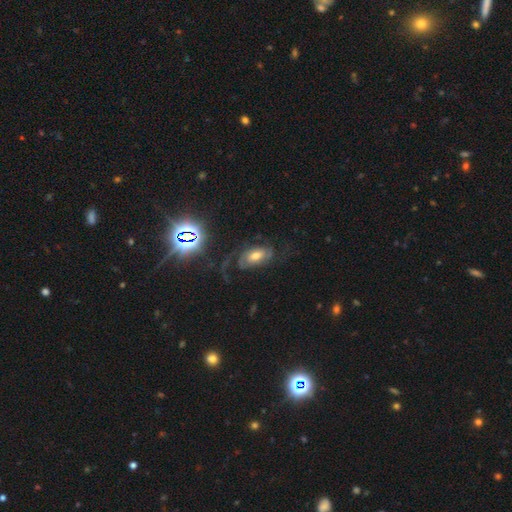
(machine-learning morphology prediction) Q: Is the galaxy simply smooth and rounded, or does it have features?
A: featured or disk — 65%.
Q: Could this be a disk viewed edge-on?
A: no — 93%.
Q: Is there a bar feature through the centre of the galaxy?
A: no — 56%.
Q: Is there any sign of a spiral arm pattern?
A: yes — 87%.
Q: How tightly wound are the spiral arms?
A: medium — 41%.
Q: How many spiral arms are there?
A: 2 — 57%.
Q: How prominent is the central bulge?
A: moderate — 66%.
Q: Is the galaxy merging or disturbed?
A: none — 57%.